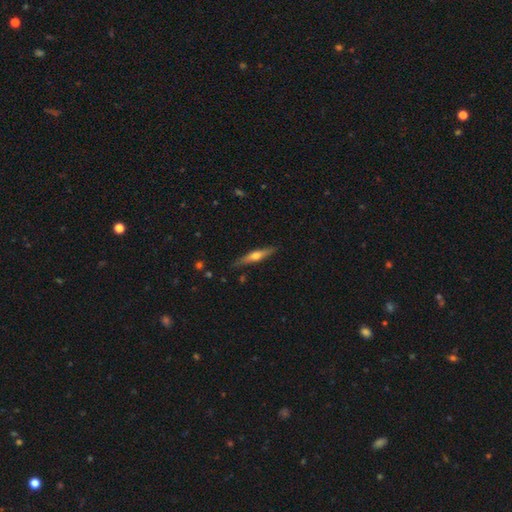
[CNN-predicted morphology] type=featured or disk (55%); edge-on=yes (95%); edge-on bulge=rounded (89%); merging=none (86%).